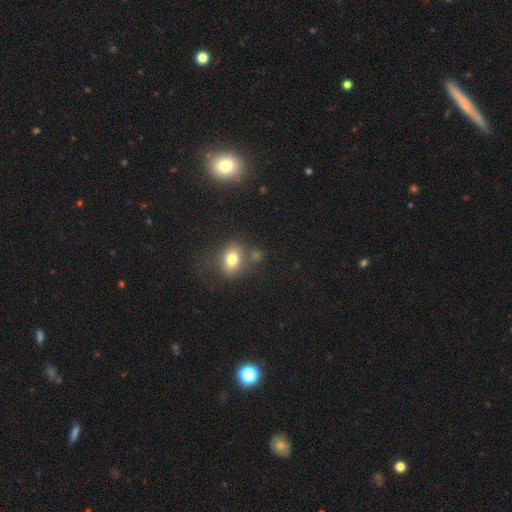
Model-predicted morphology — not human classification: A smooth galaxy with no disk features (70%) that is in between round and cigar-shaped (57%). Merging: none (66%).